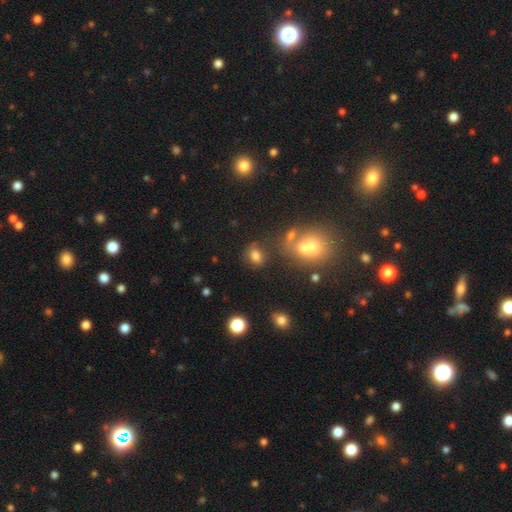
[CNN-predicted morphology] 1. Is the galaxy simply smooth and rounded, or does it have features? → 76% smooth, 15% star or artifact, 9% featured or disk.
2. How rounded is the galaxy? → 52% in between, 46% round, 2% cigar-shaped.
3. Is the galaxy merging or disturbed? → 71% none, 14% minor disturbance, 9% merger, 5% major disturbance.